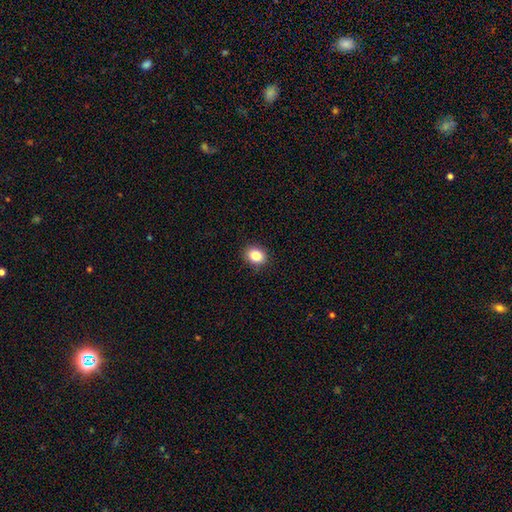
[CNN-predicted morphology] Overall: smooth (85%). How rounded: round (52%; in between 47%). Merging: none (90%).